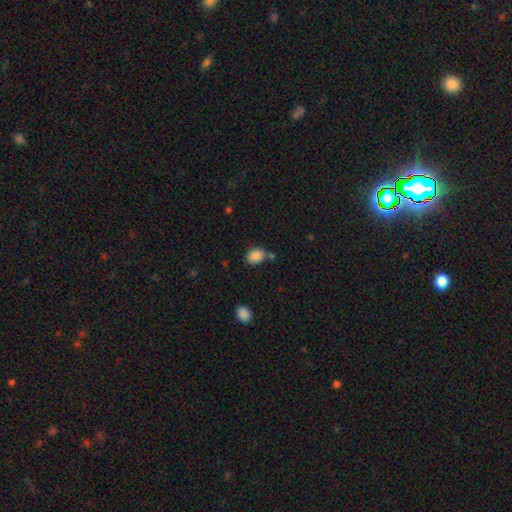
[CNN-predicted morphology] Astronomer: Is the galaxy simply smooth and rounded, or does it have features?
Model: smooth — 87%.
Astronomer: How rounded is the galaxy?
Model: in between — 58% (runner-up: round, 41%).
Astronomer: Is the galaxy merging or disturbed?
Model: none — 63%.